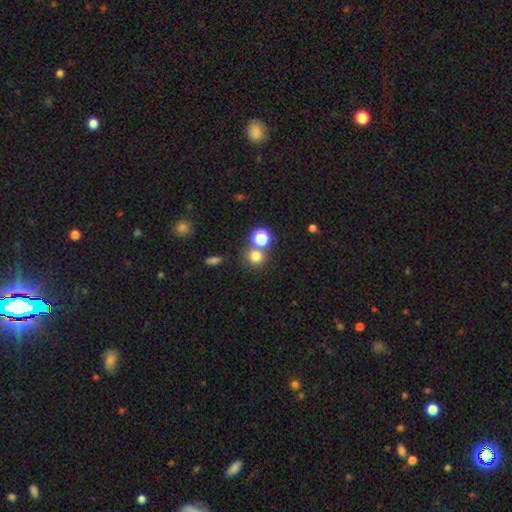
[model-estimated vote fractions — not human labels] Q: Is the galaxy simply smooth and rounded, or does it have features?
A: smooth — 75%.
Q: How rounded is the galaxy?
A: round — 86%.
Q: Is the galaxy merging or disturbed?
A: none — 64%.